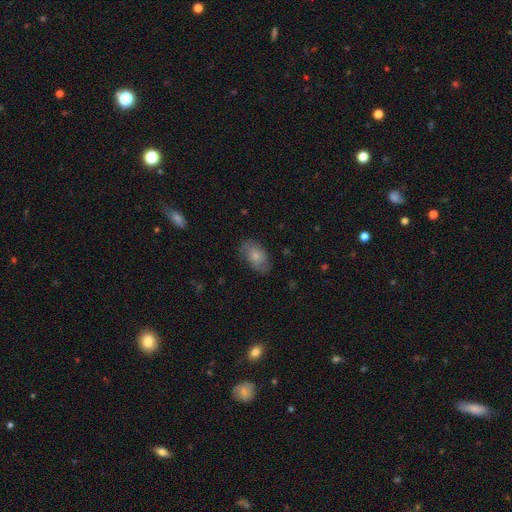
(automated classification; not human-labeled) A smooth galaxy with no disk features (67%) that is in between round and cigar-shaped (90%).

Vote fractions:
- Smooth or featured? smooth: 67% / featured or disk: 26% / star or artifact: 7%
- How rounded? in between: 90% / round: 9% / cigar-shaped: 2%
- Merging? none: 73% / minor disturbance: 20% / major disturbance: 6% / merger: 1%